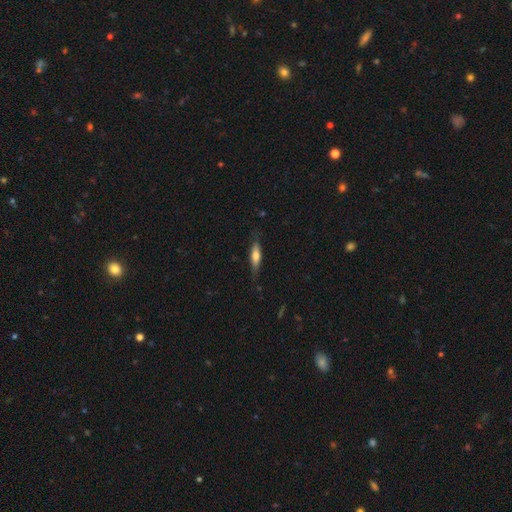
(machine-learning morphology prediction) Smooth or featured? Predicted: smooth (p=0.59). How rounded? Predicted: cigar-shaped (p=0.65). Merging? Predicted: none (p=0.76).